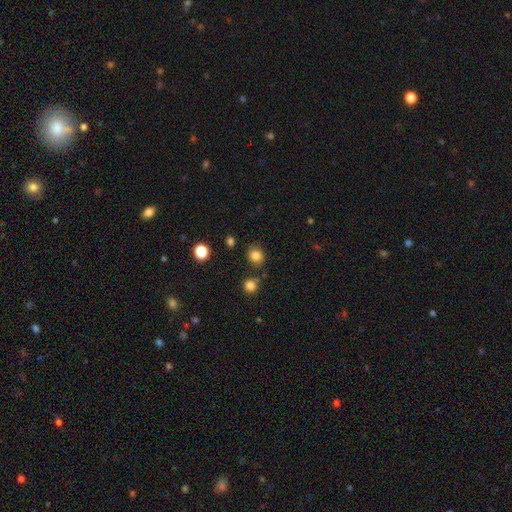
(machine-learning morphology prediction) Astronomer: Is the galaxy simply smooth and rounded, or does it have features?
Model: smooth — 83%.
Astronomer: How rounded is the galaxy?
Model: round — 70%.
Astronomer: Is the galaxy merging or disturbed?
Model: none — 77%.